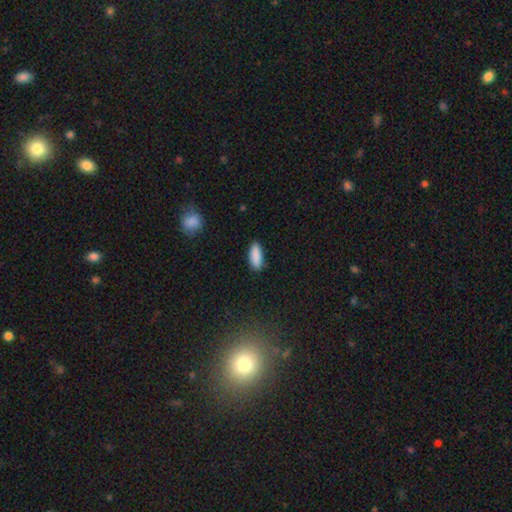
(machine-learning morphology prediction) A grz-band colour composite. It shows a smooth galaxy with no disk features (90%) that is in between round and cigar-shaped (73%). Merging: none (86%).